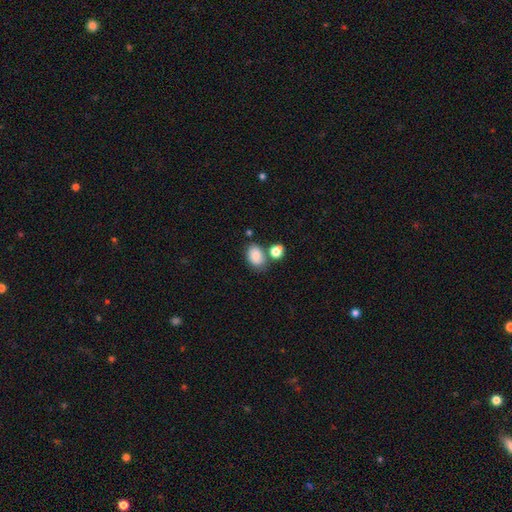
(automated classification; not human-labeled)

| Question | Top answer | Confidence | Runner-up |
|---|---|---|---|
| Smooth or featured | smooth | 80% | featured or disk (10%) |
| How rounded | in between | 75% | round (24%) |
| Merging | none | 59% | merger (19%) |